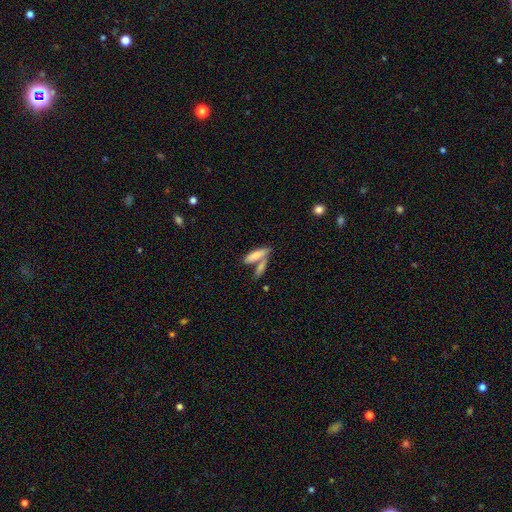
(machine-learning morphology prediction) A smooth galaxy with no disk features (78%) that is in between round and cigar-shaped (53%).

Vote fractions:
- Smooth or featured? smooth: 78% / featured or disk: 15% / star or artifact: 7%
- How rounded? in between: 53% / cigar-shaped: 45% / round: 2%
- Merging? merger: 49% / none: 37% / minor disturbance: 10% / major disturbance: 5%